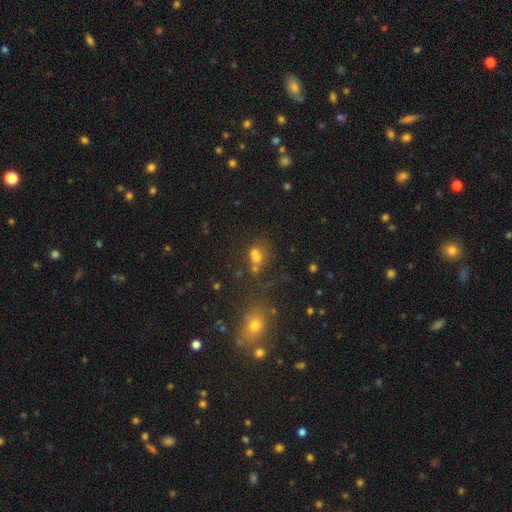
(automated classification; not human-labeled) smooth 61%, star or artifact 24%, featured or disk 15%. Down the decision tree: how rounded — round (54%); merging — merger (41%).